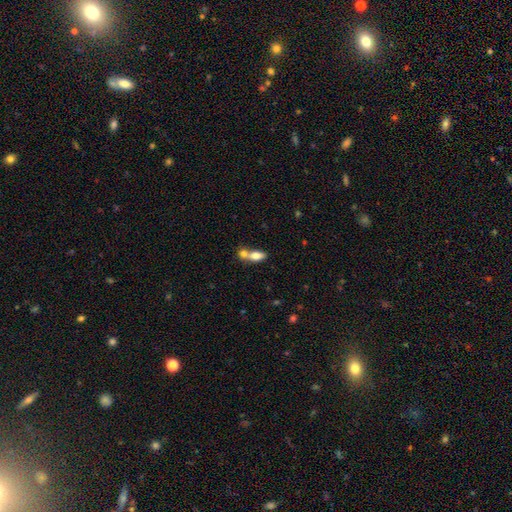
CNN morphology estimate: type=smooth (74%); roundness=in between (80%); merging=merger (55%).